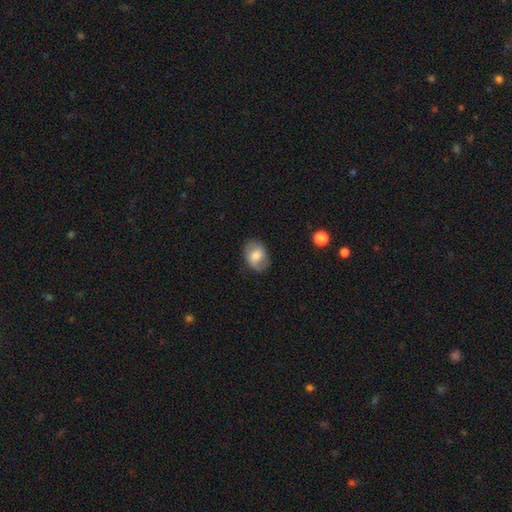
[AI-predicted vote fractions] A smooth galaxy with no disk features (60%) that is in between round and cigar-shaped (71%). Merging: none (79%).